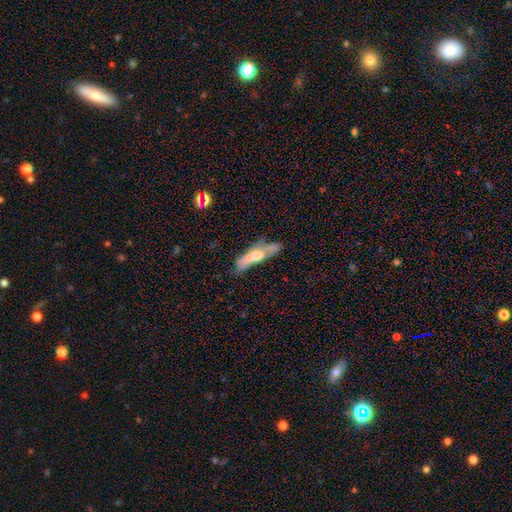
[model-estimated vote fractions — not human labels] smooth_or_featured: featured or disk (p=0.50) [alt: smooth p=0.43]
merging: none (p=0.43) [alt: minor disturbance p=0.27]